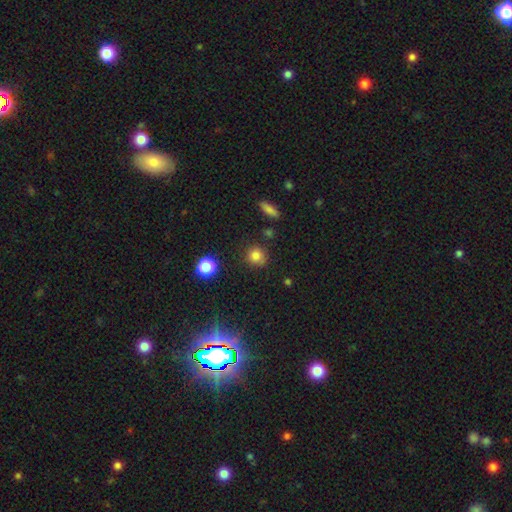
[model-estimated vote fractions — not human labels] smooth-or-featured: smooth: 80% | star or artifact: 13% | featured or disk: 6%
  how-rounded: round: 89% | in between: 10% | cigar-shaped: 1%
  merging: none: 81% | minor disturbance: 12% | major disturbance: 3% | merger: 3%